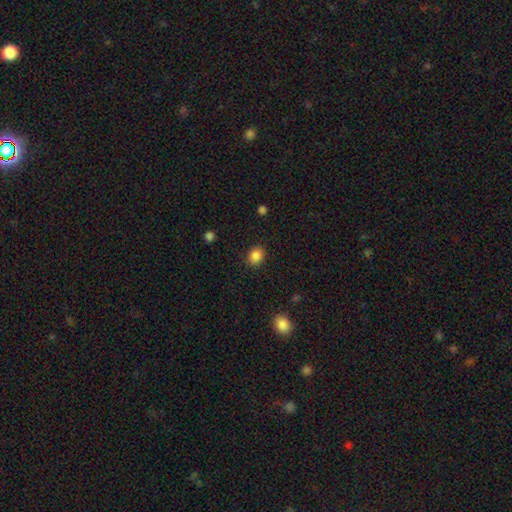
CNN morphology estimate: Overall: smooth (87%). How rounded: round (62%; in between 37%). Merging: none (88%).